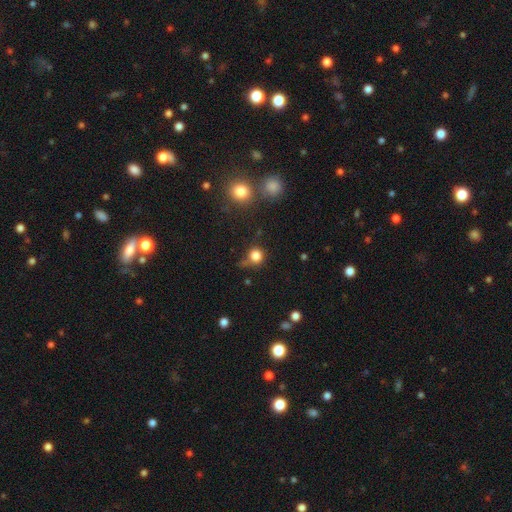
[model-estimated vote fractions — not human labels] A smooth galaxy with no disk features (81%) that is round (90%). Merging: none (65%).